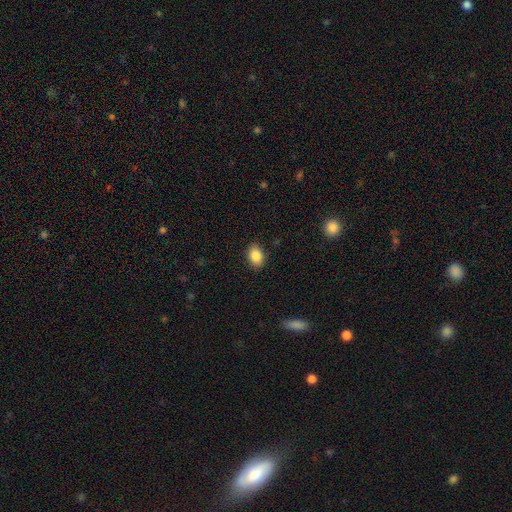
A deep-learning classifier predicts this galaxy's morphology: smooth_or_featured: smooth (p=0.87) [alt: star or artifact p=0.08]
how_rounded: in between (p=0.81) [alt: round p=0.17]
merging: none (p=0.88) [alt: minor disturbance p=0.09]